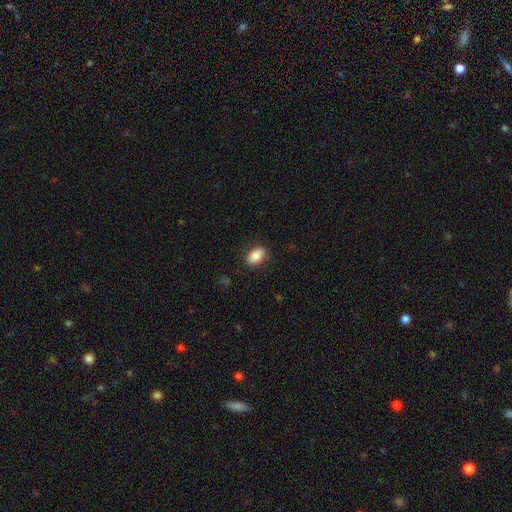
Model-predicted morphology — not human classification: This is clearly a smooth galaxy (84%). How rounded: clearly in between (88%). Merging: clearly none (86%).